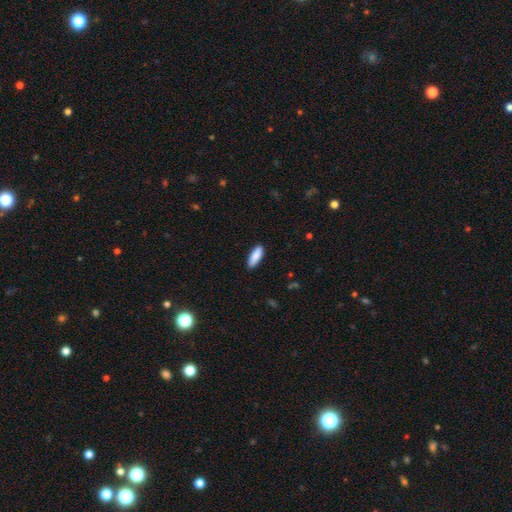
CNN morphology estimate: Overall: smooth (89%). How rounded: in between (68%; cigar-shaped 30%). Merging: none (87%).